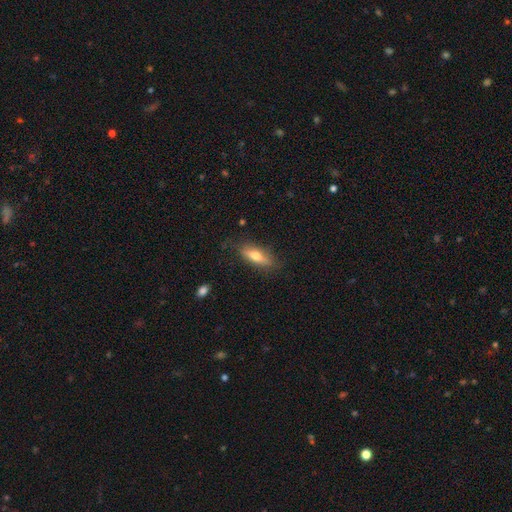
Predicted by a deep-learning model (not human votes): Overall: smooth (60%; featured or disk 33%). How rounded: in between (53%; cigar-shaped 44%). Merging: none (75%).